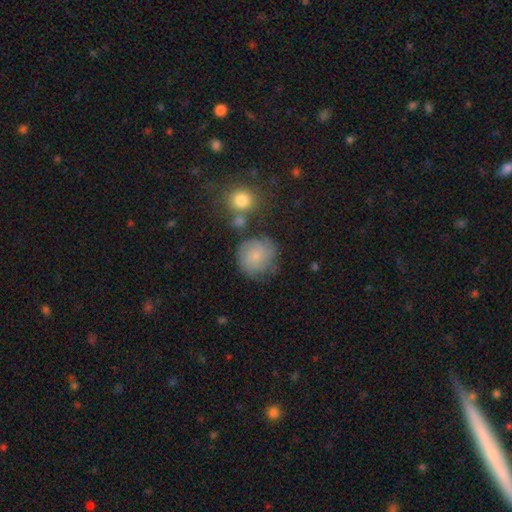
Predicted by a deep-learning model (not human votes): Smooth or featured?
  - smooth: 64% *
  - featured or disk: 27%
  - star or artifact: 9%
How rounded?
  - round: 87% *
  - in between: 12%
  - cigar-shaped: 1%
Merging?
  - none: 63% *
  - minor disturbance: 20%
  - major disturbance: 9%
  - merger: 7%